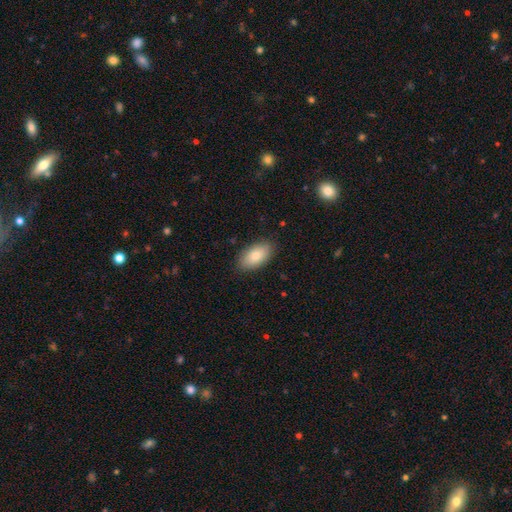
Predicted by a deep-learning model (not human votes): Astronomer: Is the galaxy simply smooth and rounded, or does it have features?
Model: smooth — 82%.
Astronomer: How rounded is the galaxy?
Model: in between — 94%.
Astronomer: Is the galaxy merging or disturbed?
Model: none — 86%.